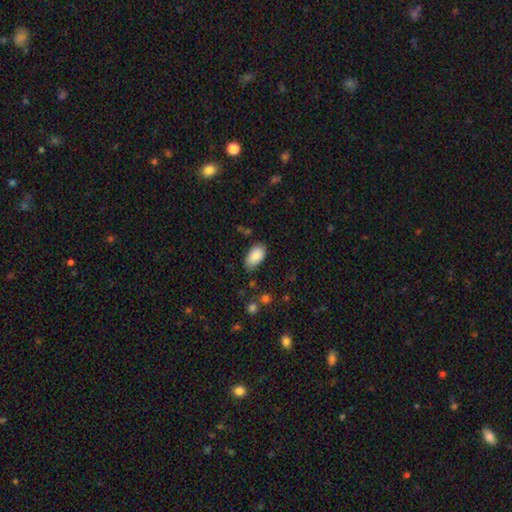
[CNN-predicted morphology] The model was most divided on "merging": none: 75%, minor disturbance: 19%, major disturbance: 4%, merger: 2%. More confident: how rounded — in between (95%); smooth or featured — smooth (86%).